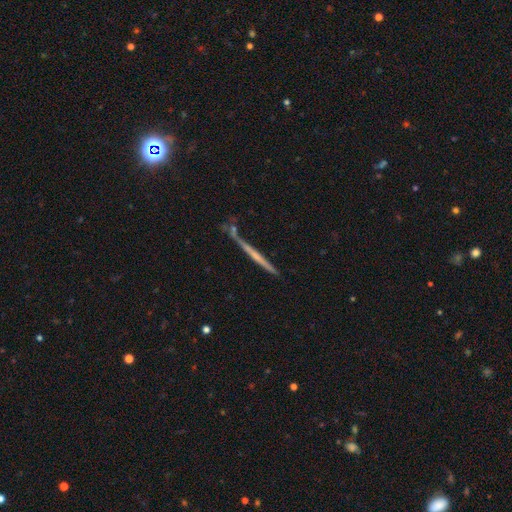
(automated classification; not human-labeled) Overall: featured or disk (62%; smooth 30%). Edge-on disk: yes (96%). Edge-on bulge: none (73%). Merging: none (69%).